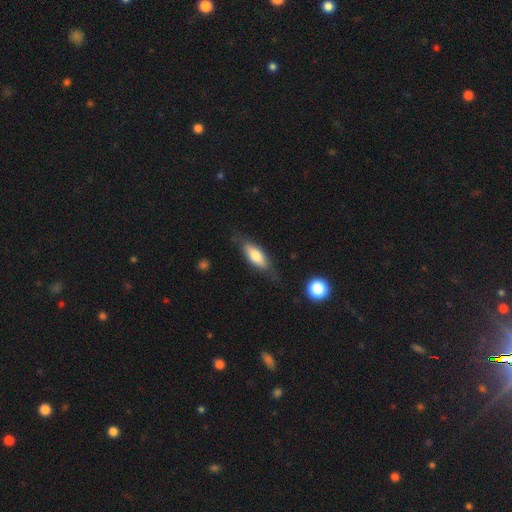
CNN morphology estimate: The model was most divided on "how rounded": in between: 64%, cigar-shaped: 33%, round: 2%. More confident: merging — none (71%); smooth or featured — smooth (69%).